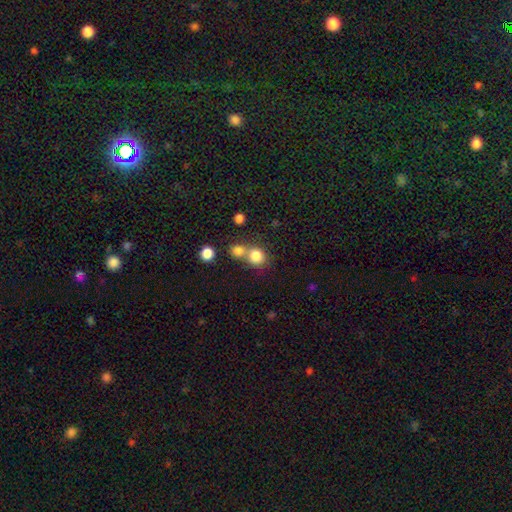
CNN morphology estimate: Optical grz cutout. It shows a smooth galaxy with no disk features (81%) that is round (82%). Merging: none (48%).